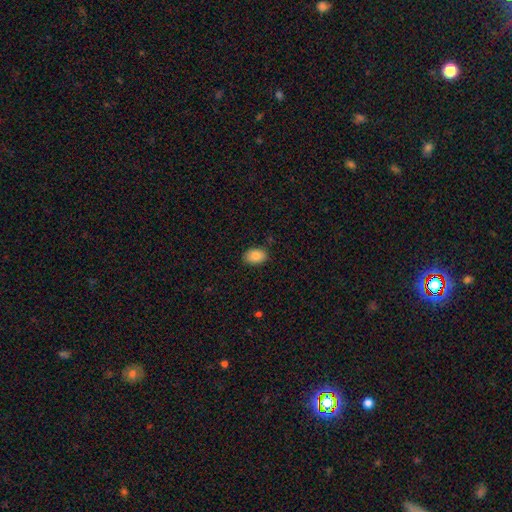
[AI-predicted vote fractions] This appears to be a smooth galaxy with no disk features (86%) that is in between round and cigar-shaped (83%). Merging: none (85%).